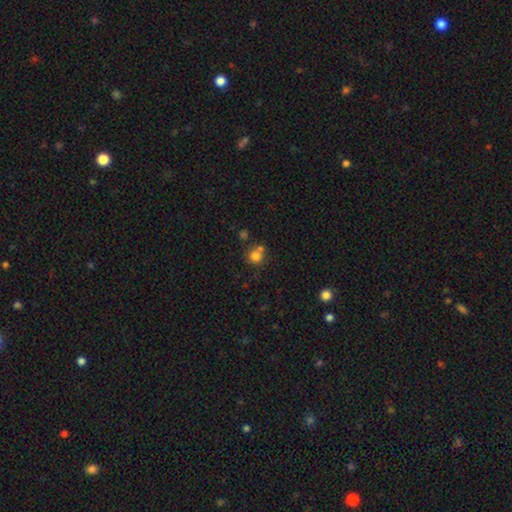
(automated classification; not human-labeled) Smooth or featured: smooth — 78% (star or artifact — 13%)
How rounded: round — 89% (in between — 10%)
Merging: none — 59% (merger — 28%)